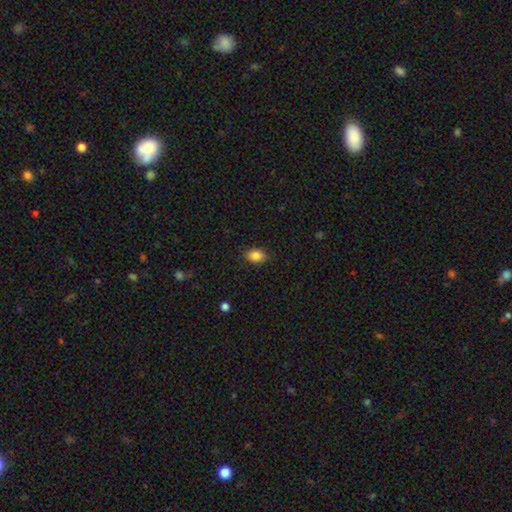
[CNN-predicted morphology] smooth 86%, star or artifact 9%, featured or disk 5%. Down the decision tree: how rounded — in between (66%); merging — none (86%).